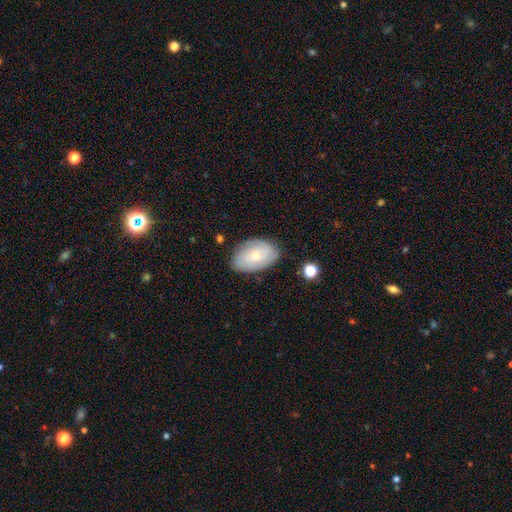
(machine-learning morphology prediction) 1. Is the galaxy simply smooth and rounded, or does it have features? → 53% featured or disk, 40% smooth, 7% star or artifact.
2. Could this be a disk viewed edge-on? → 95% no, 5% yes.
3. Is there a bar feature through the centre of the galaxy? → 75% no, 22% weak, 4% strong.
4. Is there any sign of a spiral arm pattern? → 81% yes, 19% no.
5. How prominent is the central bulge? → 60% small, 36% moderate, 1% large, 1% none, 1% dominant.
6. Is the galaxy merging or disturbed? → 77% none, 17% minor disturbance, 4% major disturbance, 2% merger.